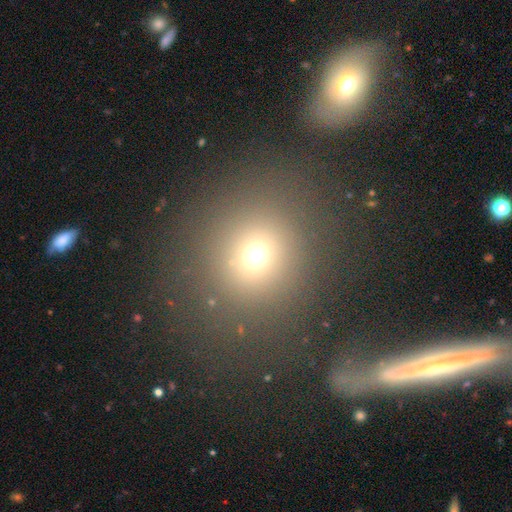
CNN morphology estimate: A smooth galaxy with no disk features (68%) that is round (85%). Merging: none (73%).